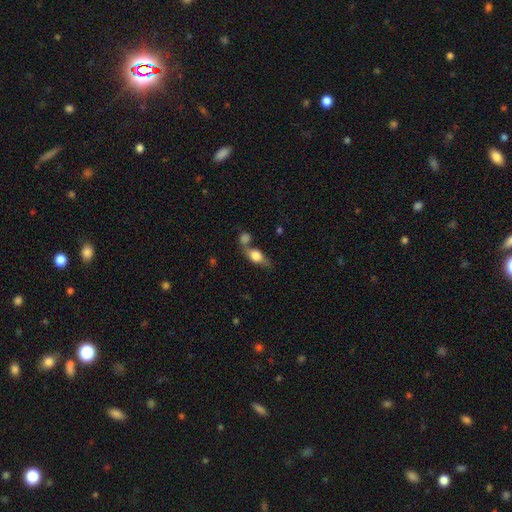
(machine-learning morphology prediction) smooth 59%, featured or disk 33%, star or artifact 9%. Down the decision tree: how rounded — in between (67%); merging — none (44%).